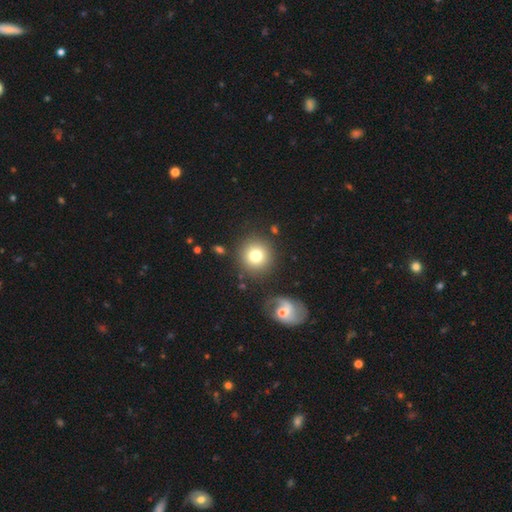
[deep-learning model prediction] A smooth galaxy with no disk features (75%) that is round (94%). Merging: none (83%).